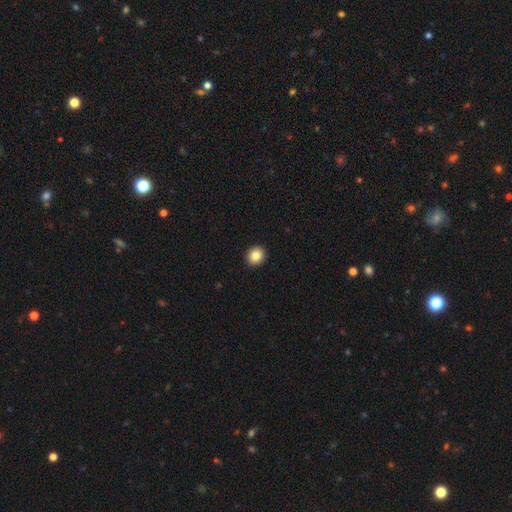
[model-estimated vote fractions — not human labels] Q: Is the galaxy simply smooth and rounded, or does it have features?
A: smooth — 84%.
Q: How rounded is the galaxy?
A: round — 81%.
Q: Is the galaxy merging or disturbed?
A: none — 93%.